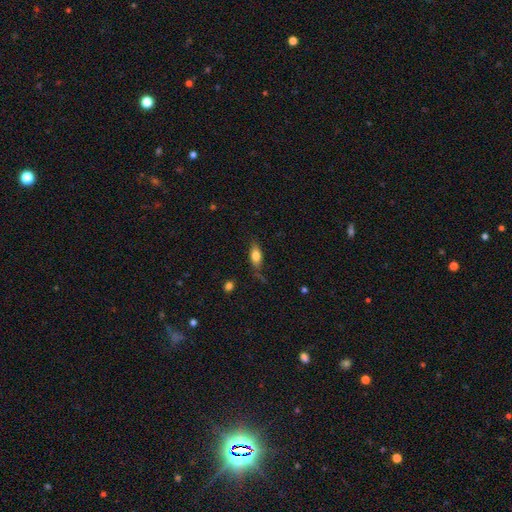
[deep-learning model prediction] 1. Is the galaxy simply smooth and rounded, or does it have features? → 73% smooth, 19% featured or disk, 8% star or artifact.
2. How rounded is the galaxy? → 80% in between, 15% cigar-shaped, 5% round.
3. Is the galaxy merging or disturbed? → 67% none, 22% minor disturbance, 8% major disturbance, 3% merger.